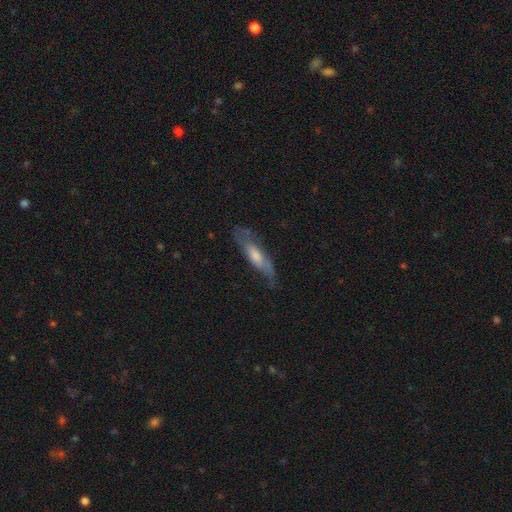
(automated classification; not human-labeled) Smooth or featured?
  - featured or disk: 54% *
  - smooth: 38%
  - star or artifact: 7%
Edge-on disk?
  - no: 53% *
  - yes: 47%
Merging?
  - none: 64% *
  - minor disturbance: 23%
  - major disturbance: 11%
  - merger: 2%